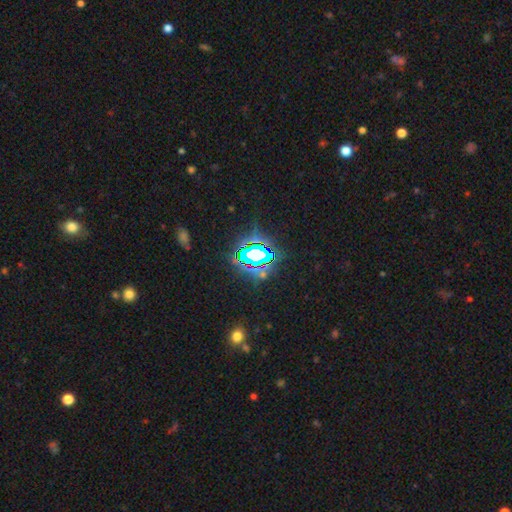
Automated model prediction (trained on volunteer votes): A star or artifact, not a galaxy (75%).